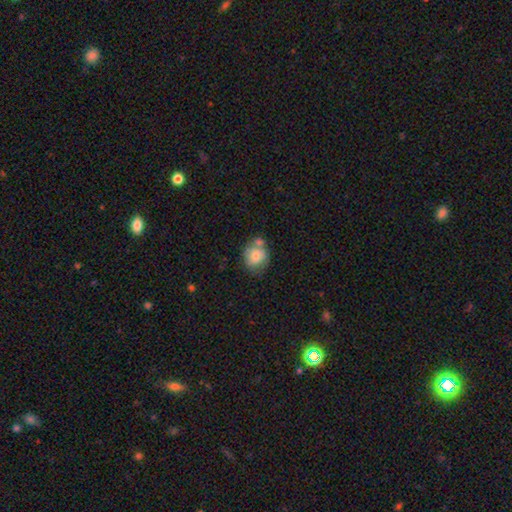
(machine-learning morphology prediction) The model was most divided on "merging": none: 41%, merger: 33%, minor disturbance: 19%, major disturbance: 7%. More confident: smooth or featured — smooth (74%); how rounded — round (68%).